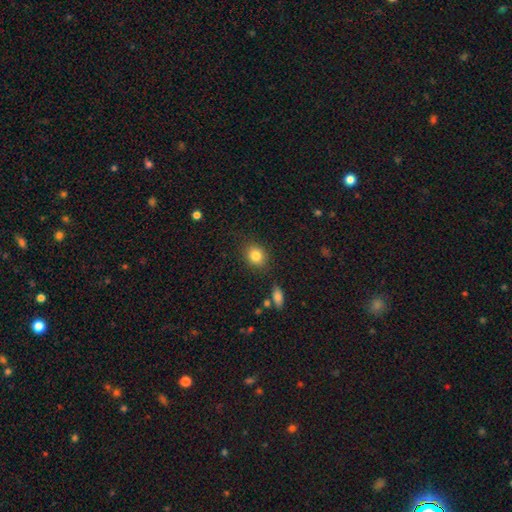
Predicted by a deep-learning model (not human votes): Smooth or featured?
  - smooth: 83% *
  - star or artifact: 10%
  - featured or disk: 7%
How rounded?
  - round: 61% *
  - in between: 38%
  - cigar-shaped: 1%
Merging?
  - none: 84% *
  - minor disturbance: 10%
  - major disturbance: 3%
  - merger: 2%